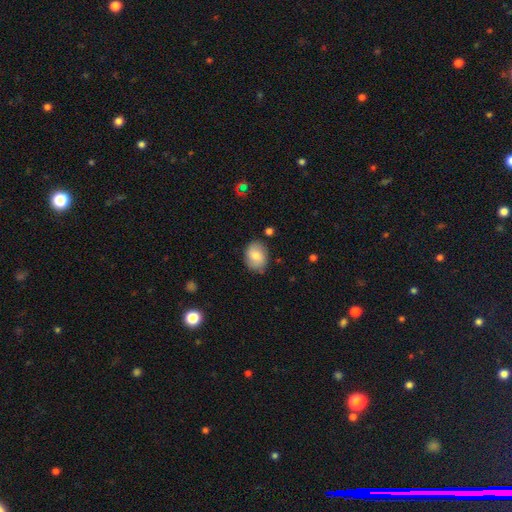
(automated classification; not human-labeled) Smooth or featured? Predicted: smooth (p=0.71). How rounded? Predicted: in between (p=0.60). Merging? Predicted: none (p=0.78).